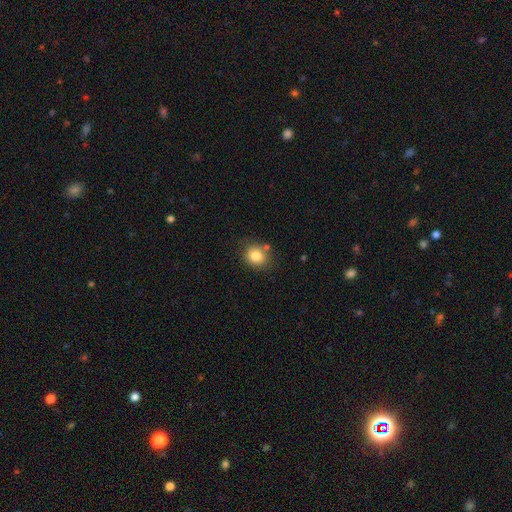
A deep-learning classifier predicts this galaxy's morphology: A smooth galaxy with no disk features (83%) that is round (70%). Merging: none (75%).